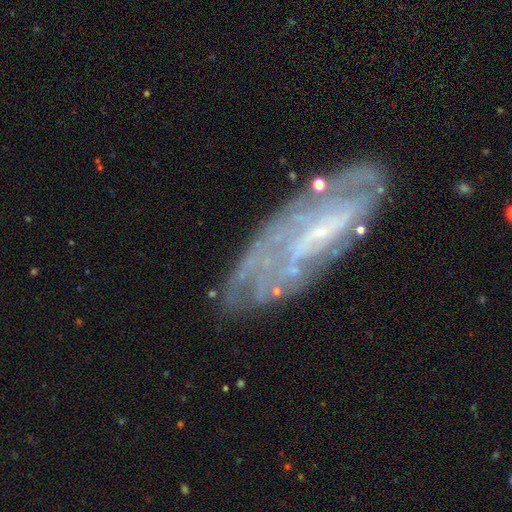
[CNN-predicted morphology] Smooth or featured?
  - featured or disk: 77% *
  - smooth: 15%
  - star or artifact: 8%
Edge-on disk?
  - no: 83% *
  - yes: 17%
Bar?
  - no: 46% *
  - weak: 38%
  - strong: 16%
Spiral arms?
  - yes: 72% *
  - no: 28%
Bulge size?
  - small: 77% *
  - none: 11%
  - moderate: 10%
  - large: 1%
  - dominant: 1%
Merging?
  - none: 68% *
  - minor disturbance: 20%
  - major disturbance: 9%
  - merger: 3%